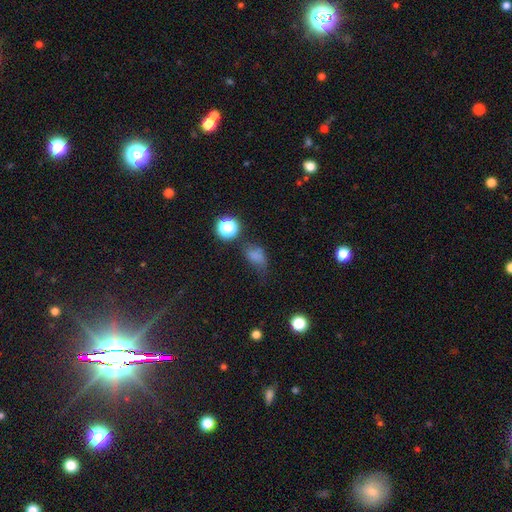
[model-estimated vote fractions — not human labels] This appears to be a smooth galaxy with no disk features (69%) that is in between round and cigar-shaped (75%). Merging: none (40%).